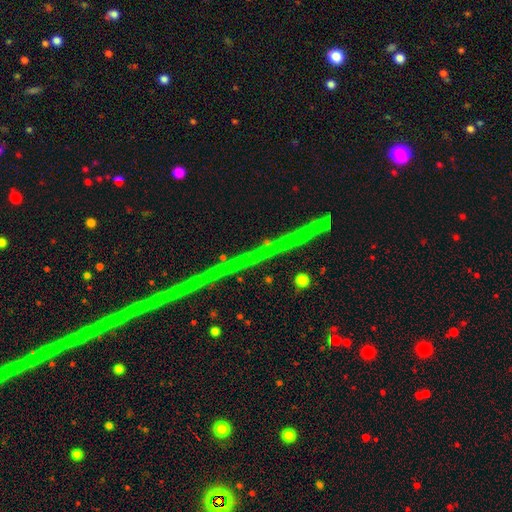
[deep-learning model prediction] Q: Smooth or featured?
A: star or artifact (82%); runner-up: featured or disk (11%)